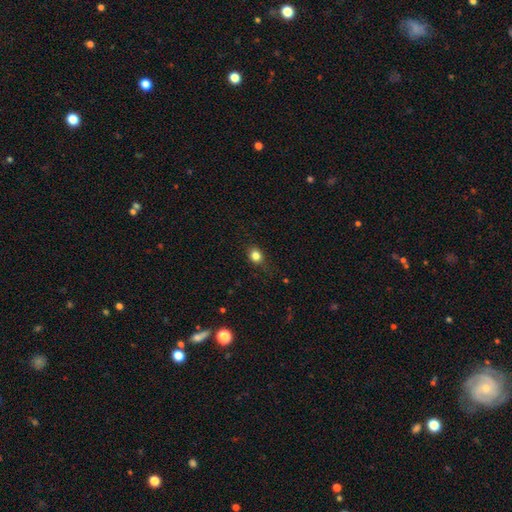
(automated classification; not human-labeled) A smooth galaxy with no disk features (82%) that is round (61%). Merging: none (79%).